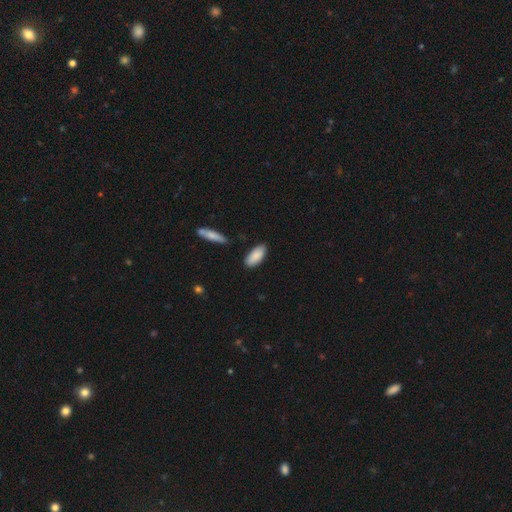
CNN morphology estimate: smooth-or-featured: smooth: 88% | featured or disk: 6% | star or artifact: 6%
  how-rounded: in between: 88% | cigar-shaped: 11% | round: 2%
  merging: none: 83% | minor disturbance: 12% | merger: 3% | major disturbance: 2%